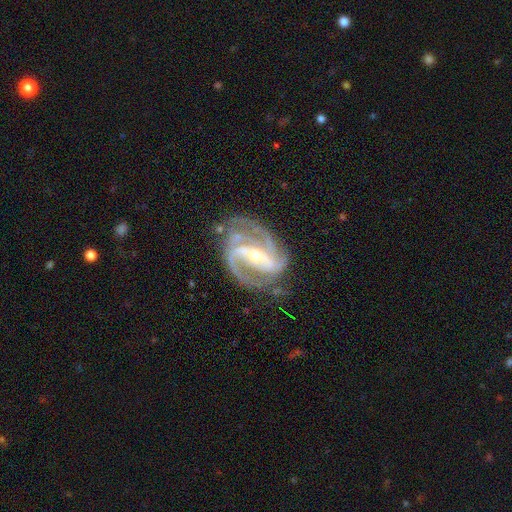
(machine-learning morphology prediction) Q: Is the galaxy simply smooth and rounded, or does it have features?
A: featured or disk — 93%.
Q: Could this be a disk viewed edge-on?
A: no — 97%.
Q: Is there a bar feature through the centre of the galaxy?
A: strong — 59%.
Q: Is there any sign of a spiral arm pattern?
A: yes — 98%.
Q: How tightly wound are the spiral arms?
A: medium — 54%.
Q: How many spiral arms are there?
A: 2 — 50%.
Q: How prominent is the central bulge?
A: small — 58%.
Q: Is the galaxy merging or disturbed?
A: none — 69%.